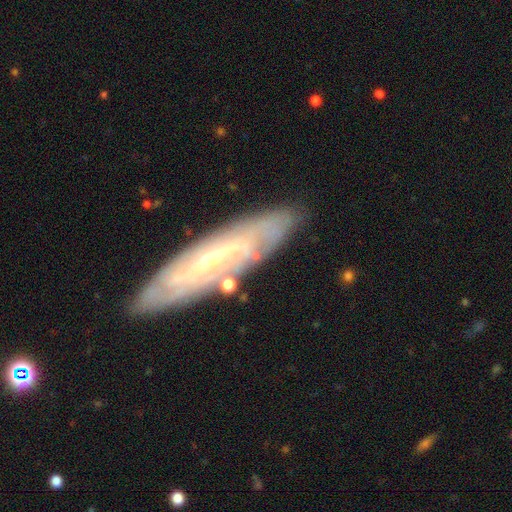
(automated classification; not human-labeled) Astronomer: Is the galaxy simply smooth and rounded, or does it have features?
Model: featured or disk — 72%.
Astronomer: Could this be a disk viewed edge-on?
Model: no — 67%.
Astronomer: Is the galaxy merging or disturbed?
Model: none — 84%.